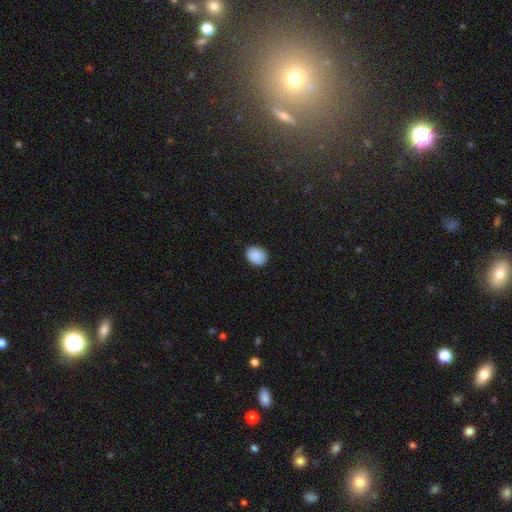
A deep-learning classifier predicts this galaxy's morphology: smooth 90%, star or artifact 7%, featured or disk 3%. Down the decision tree: how rounded — in between (57%); merging — none (87%).